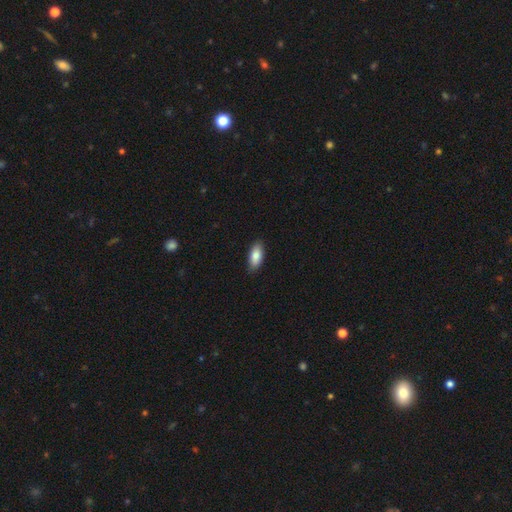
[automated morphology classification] Smooth or featured? Predicted: smooth (p=0.83). How rounded? Predicted: in between (p=0.88). Merging? Predicted: none (p=0.86).